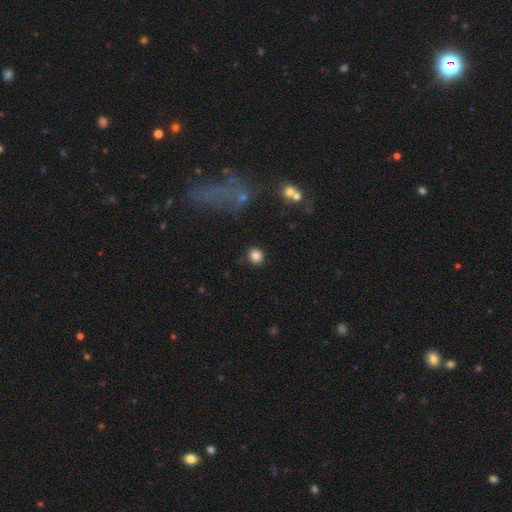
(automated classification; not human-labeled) smooth 85%, star or artifact 10%, featured or disk 5%. Down the decision tree: how rounded — round (78%); merging — none (88%).